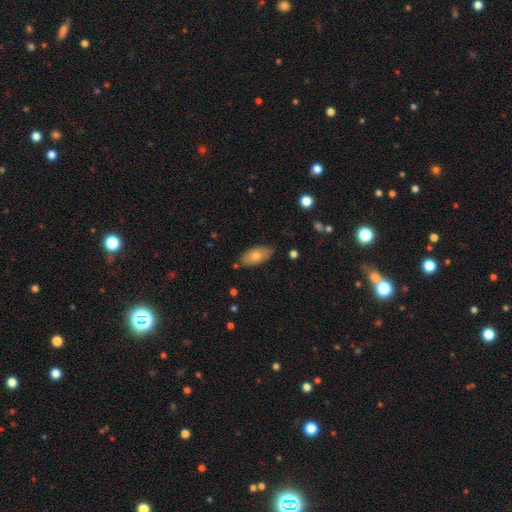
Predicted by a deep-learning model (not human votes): The model was most divided on "smooth or featured": smooth: 72%, featured or disk: 21%, star or artifact: 7%. More confident: how rounded — in between (90%); merging — none (82%).